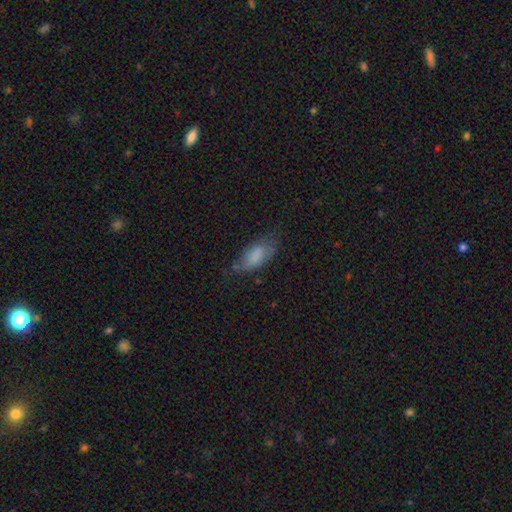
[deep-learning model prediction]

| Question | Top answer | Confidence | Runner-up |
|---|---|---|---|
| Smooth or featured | smooth | 77% | featured or disk (15%) |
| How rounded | in between | 86% | cigar-shaped (11%) |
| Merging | none | 55% | minor disturbance (30%) |